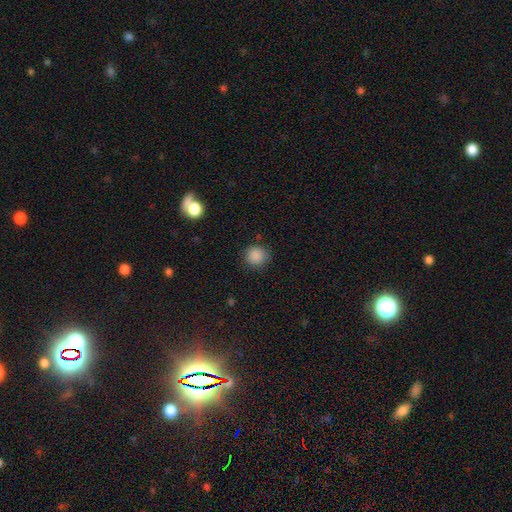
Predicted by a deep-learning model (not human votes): Q: Smooth or featured?
A: smooth (87%); runner-up: star or artifact (10%)
Q: How rounded?
A: round (88%); runner-up: in between (11%)
Q: Merging?
A: none (83%); runner-up: minor disturbance (12%)